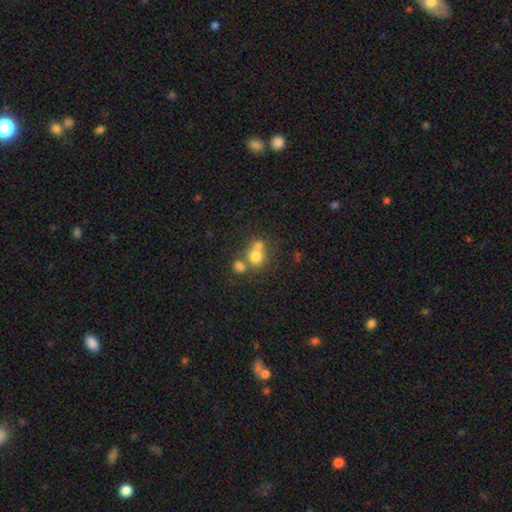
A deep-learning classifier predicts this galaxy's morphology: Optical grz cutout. It shows a smooth galaxy with no disk features (71%) that is round (77%). Merging: merger (48%).